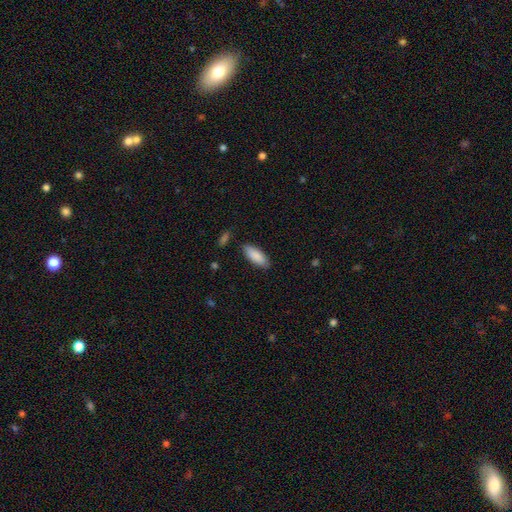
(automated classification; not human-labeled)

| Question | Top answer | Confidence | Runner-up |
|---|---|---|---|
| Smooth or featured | smooth | 88% | featured or disk (6%) |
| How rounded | in between | 76% | cigar-shaped (23%) |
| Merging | none | 85% | minor disturbance (11%) |